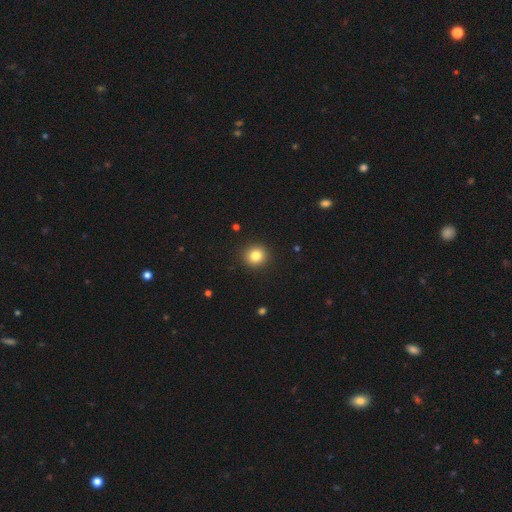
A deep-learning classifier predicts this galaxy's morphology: Overall: smooth (83%). How rounded: round (91%). Merging: none (92%).